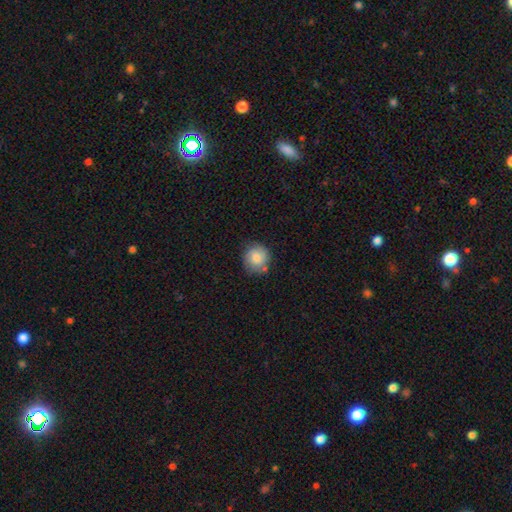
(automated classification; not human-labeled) smooth_or_featured: smooth (p=0.77) [alt: featured or disk p=0.15]
how_rounded: round (p=0.88) [alt: in between p=0.11]
merging: none (p=0.73) [alt: minor disturbance p=0.18]